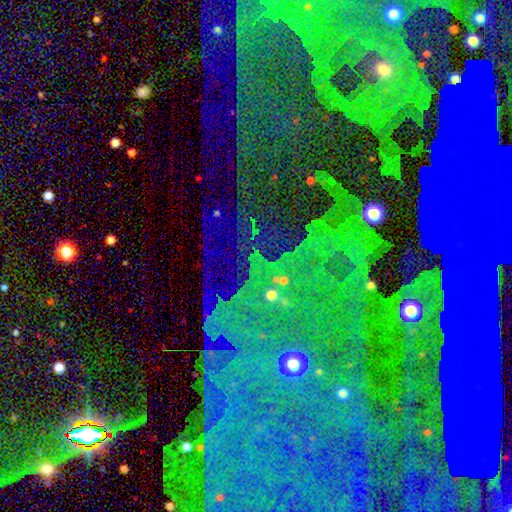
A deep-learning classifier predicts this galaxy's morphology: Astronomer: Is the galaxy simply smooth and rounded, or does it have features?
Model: star or artifact — 66%.